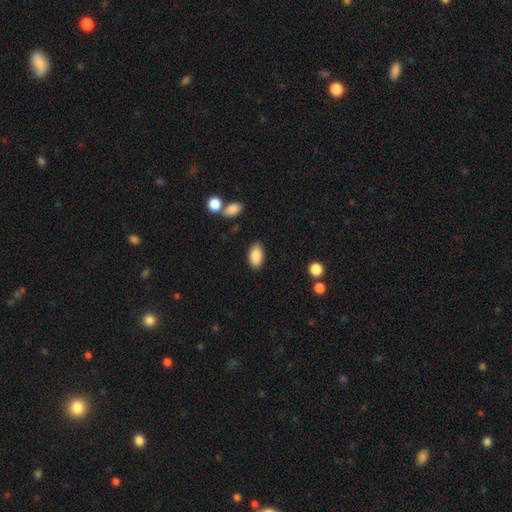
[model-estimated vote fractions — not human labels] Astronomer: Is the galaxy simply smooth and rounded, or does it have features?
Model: smooth — 88%.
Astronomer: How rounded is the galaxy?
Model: in between — 93%.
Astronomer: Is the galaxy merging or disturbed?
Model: none — 86%.